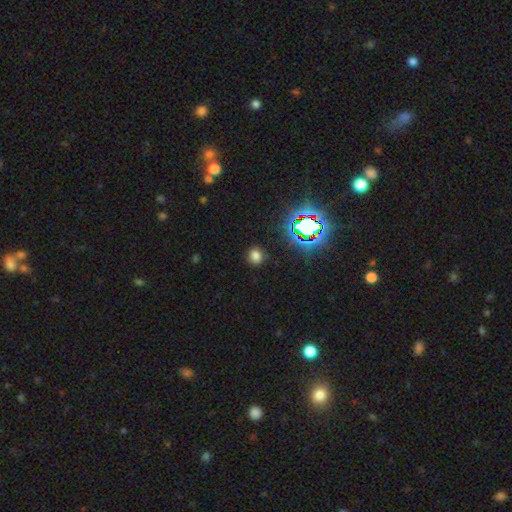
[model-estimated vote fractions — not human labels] A smooth galaxy with no disk features (69%) that is round (69%). Merging: none (86%).